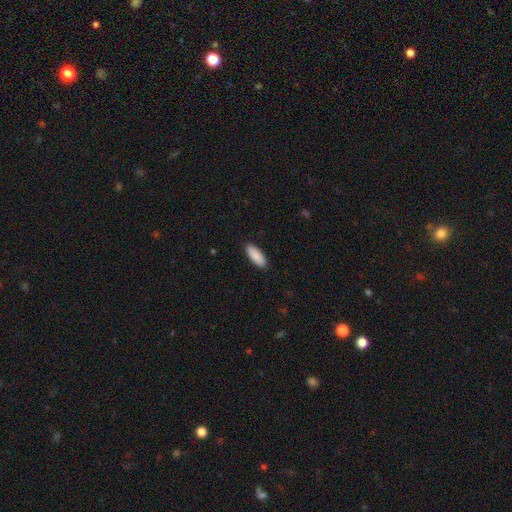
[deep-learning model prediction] smooth_or_featured: smooth (p=0.91) [alt: star or artifact p=0.06]
how_rounded: in between (p=0.72) [alt: cigar-shaped p=0.27]
merging: none (p=0.90) [alt: minor disturbance p=0.07]